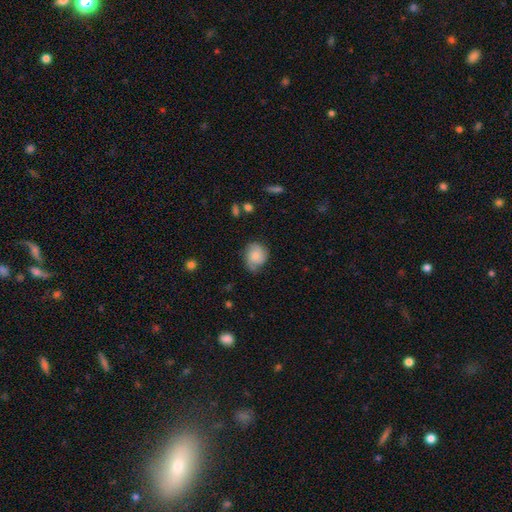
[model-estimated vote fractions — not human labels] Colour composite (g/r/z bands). It shows a smooth galaxy with no disk features (64%) that is round (67%). Merging: none (58%).